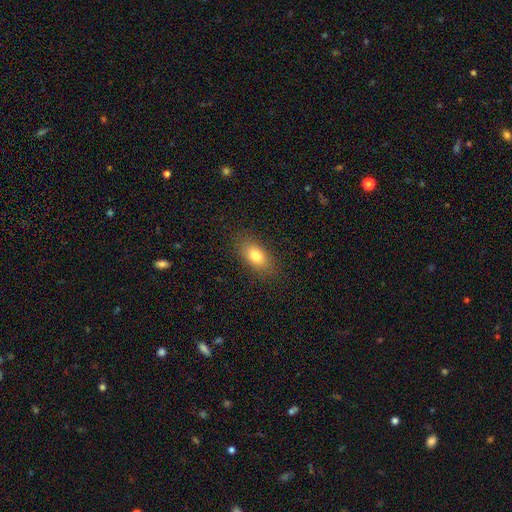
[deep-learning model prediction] A smooth galaxy with no disk features (79%) that is in between round and cigar-shaped (85%). Merging: none (86%).